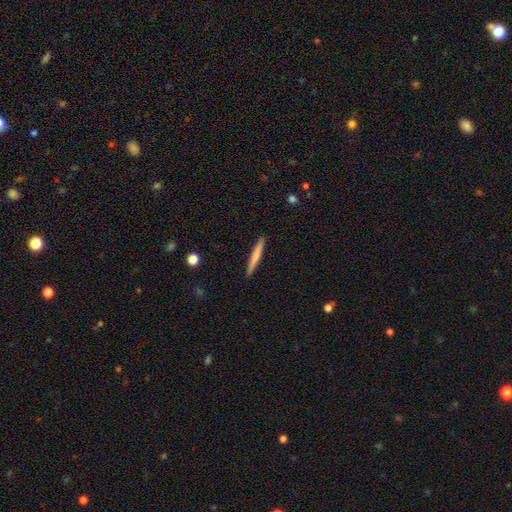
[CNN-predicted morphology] smooth 68%, featured or disk 27%, star or artifact 5%. Down the decision tree: how rounded — cigar-shaped (96%); merging — none (92%).